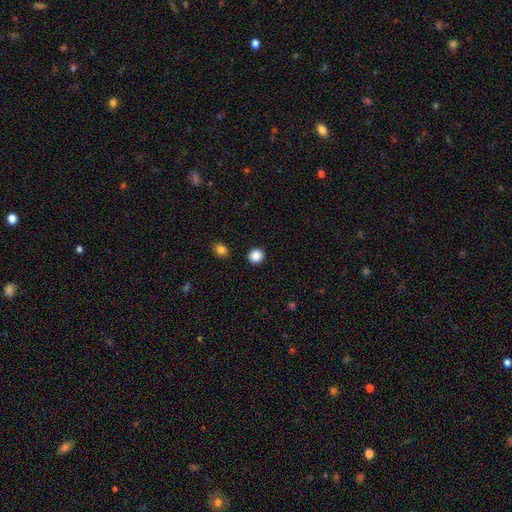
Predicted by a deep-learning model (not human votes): Smooth or featured? Predicted: smooth (p=0.87). How rounded? Predicted: round (p=0.89). Merging? Predicted: none (p=0.92).